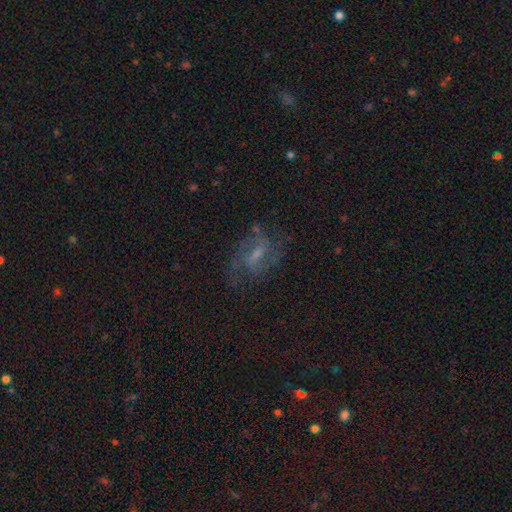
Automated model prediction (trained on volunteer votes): Morphology: type=featured or disk (69%); edge-on=no (95%); bar=weak (54%); spiral arms=yes (86%); winding=medium (51%); arm count=2 (67%); bulge=small (41%); merging=none (62%).